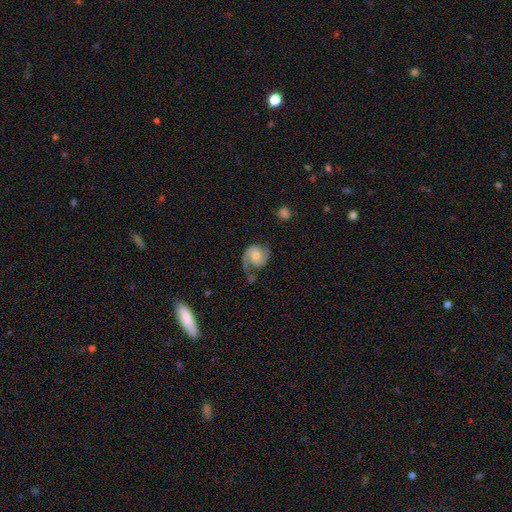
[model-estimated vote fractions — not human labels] A featured or disk galaxy (88%) with no bar (65%), 2 (88%) medium (52%) spiral arms (98%) and a moderate central bulge (61%). Merging: none (66%).